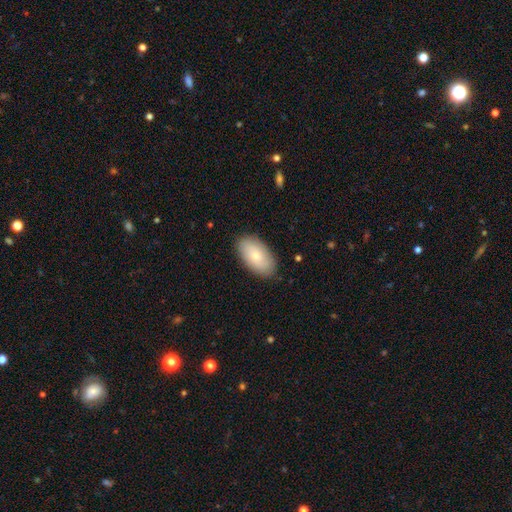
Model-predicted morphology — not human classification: type=smooth (74%); roundness=in between (95%); merging=none (86%).